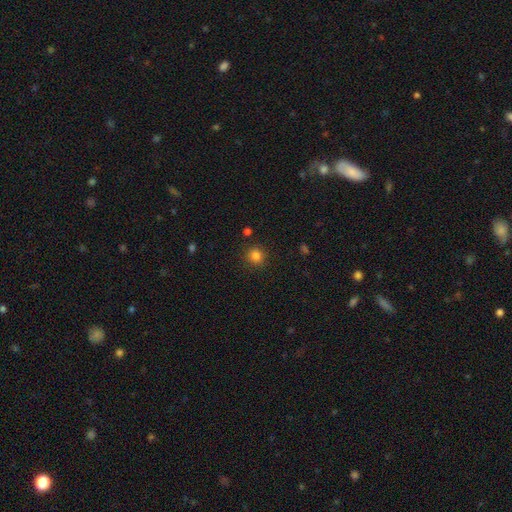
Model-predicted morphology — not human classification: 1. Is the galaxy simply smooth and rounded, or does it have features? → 82% smooth, 13% star or artifact, 4% featured or disk.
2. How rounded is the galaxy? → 92% round, 8% in between, 1% cigar-shaped.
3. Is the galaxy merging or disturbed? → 89% none, 7% minor disturbance, 2% major disturbance, 2% merger.